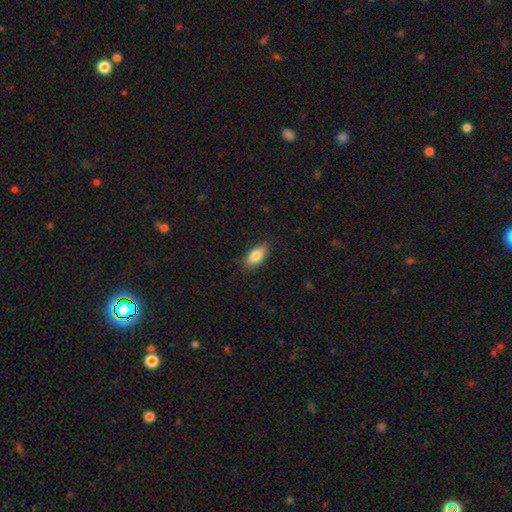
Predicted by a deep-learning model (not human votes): Smooth or featured?
  - smooth: 83% *
  - featured or disk: 10%
  - star or artifact: 7%
How rounded?
  - in between: 89% *
  - cigar-shaped: 7%
  - round: 4%
Merging?
  - none: 83% *
  - minor disturbance: 13%
  - major disturbance: 2%
  - merger: 1%